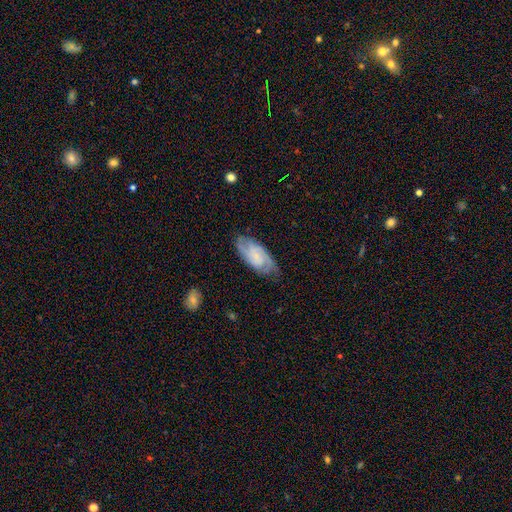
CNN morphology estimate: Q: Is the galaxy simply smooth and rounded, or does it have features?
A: featured or disk — 72%.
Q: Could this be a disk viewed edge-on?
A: no — 95%.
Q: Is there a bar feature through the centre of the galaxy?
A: no — 59%.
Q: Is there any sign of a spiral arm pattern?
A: yes — 94%.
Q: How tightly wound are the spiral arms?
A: tight — 50%.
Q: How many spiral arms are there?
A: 2 — 59%.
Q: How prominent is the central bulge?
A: small — 59%.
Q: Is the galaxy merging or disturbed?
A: none — 76%.